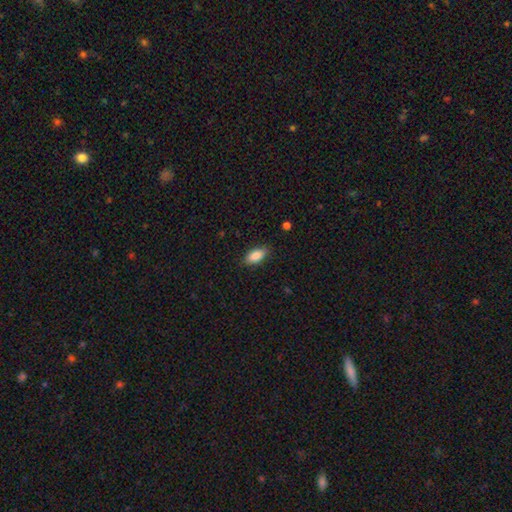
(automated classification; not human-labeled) The model was most divided on "merging": none: 85%, minor disturbance: 11%, major disturbance: 2%, merger: 1%. More confident: how rounded — in between (89%); smooth or featured — smooth (87%).